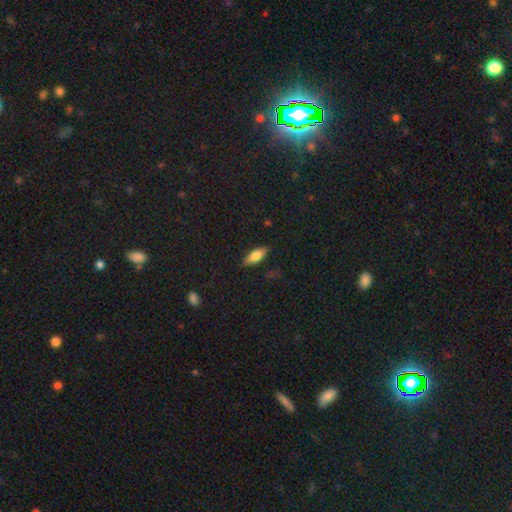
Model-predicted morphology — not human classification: A smooth galaxy with no disk features (72%) that is in between round and cigar-shaped (70%).

Vote fractions:
- Smooth or featured? smooth: 72% / featured or disk: 21% / star or artifact: 7%
- How rounded? in between: 70% / cigar-shaped: 28% / round: 3%
- Merging? none: 86% / minor disturbance: 10% / major disturbance: 2% / merger: 1%